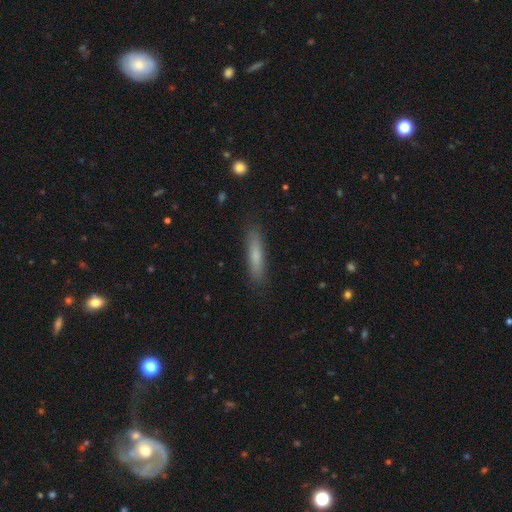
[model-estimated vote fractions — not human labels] The model was most divided on "smooth or featured": smooth: 71%, featured or disk: 22%, star or artifact: 7%. More confident: merging — none (86%); how rounded — cigar-shaped (86%).